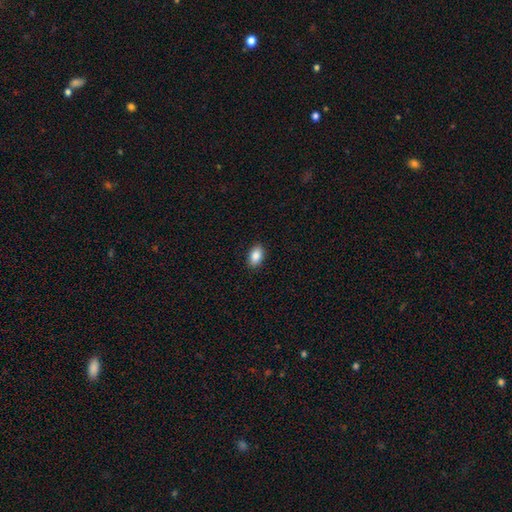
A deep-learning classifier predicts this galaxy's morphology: This appears to be a smooth galaxy with no disk features (87%) that is in between round and cigar-shaped (90%). Merging: none (90%).